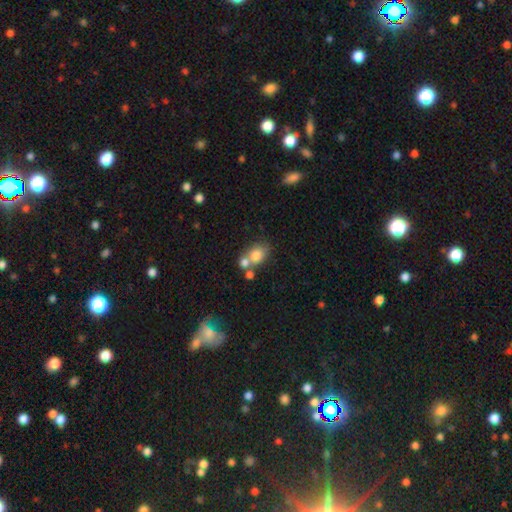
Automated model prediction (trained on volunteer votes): Morphology: type=smooth (76%); roundness=round (52%); merging=merger (47%).